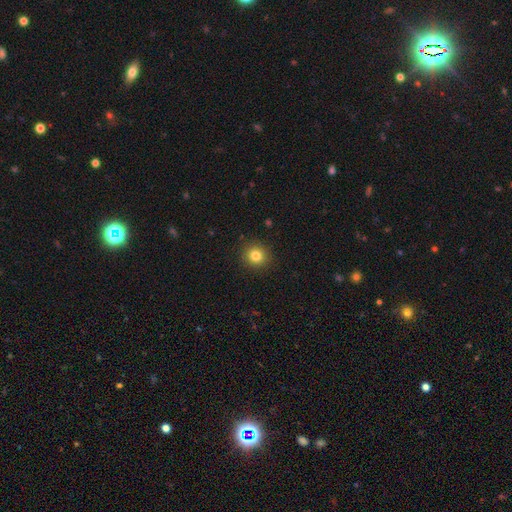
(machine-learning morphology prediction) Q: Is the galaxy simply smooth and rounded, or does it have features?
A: smooth — 82%.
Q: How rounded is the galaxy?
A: round — 90%.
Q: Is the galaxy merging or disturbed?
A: none — 91%.